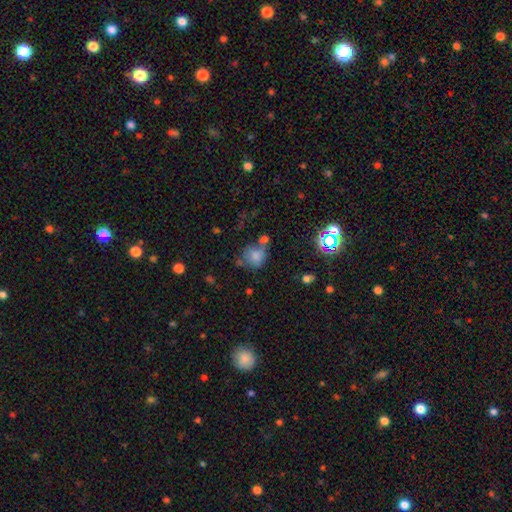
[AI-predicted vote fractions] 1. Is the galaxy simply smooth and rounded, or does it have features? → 71% smooth, 16% star or artifact, 13% featured or disk.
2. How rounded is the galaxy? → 71% round, 28% in between, 1% cigar-shaped.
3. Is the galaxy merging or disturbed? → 42% none, 26% merger, 20% minor disturbance, 12% major disturbance.